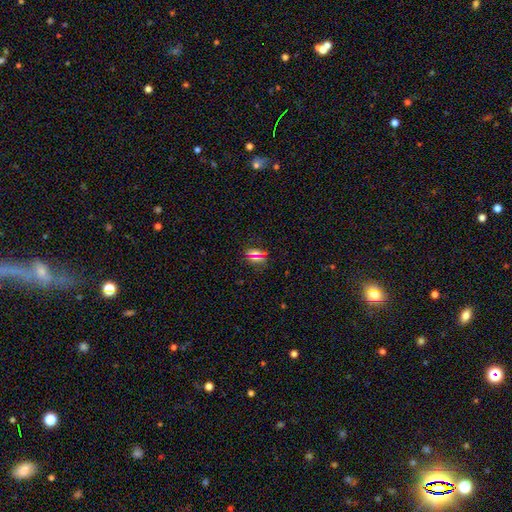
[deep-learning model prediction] A smooth galaxy with no disk features (57%) that is round (47%).

Vote fractions:
- Smooth or featured? smooth: 57% / star or artifact: 34% / featured or disk: 9%
- How rounded? round: 47% / in between: 44% / cigar-shaped: 9%
- Merging? none: 83% / minor disturbance: 10% / major disturbance: 5% / merger: 3%